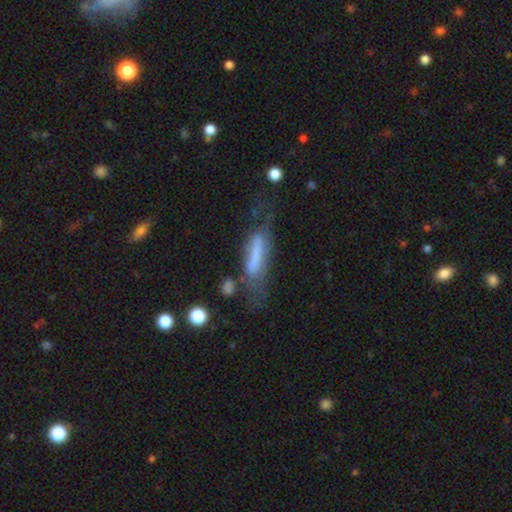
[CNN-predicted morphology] Q: Smooth or featured?
A: smooth (52%); runner-up: featured or disk (38%)
Q: How rounded?
A: cigar-shaped (69%); runner-up: in between (28%)
Q: Merging?
A: major disturbance (33%); runner-up: none (32%)